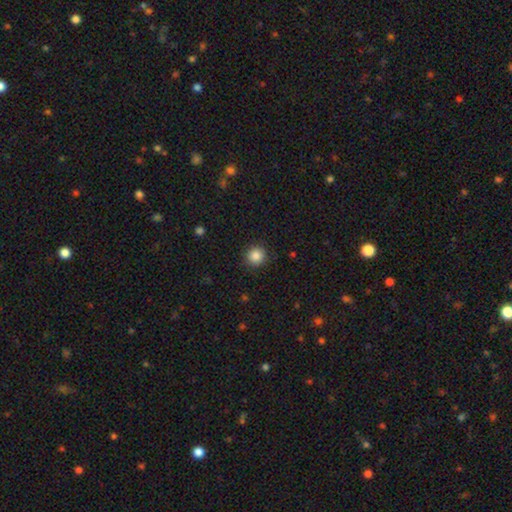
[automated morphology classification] smooth_or_featured: smooth (p=0.86) [alt: star or artifact p=0.10]
how_rounded: round (p=0.93) [alt: in between p=0.06]
merging: none (p=0.90) [alt: minor disturbance p=0.07]